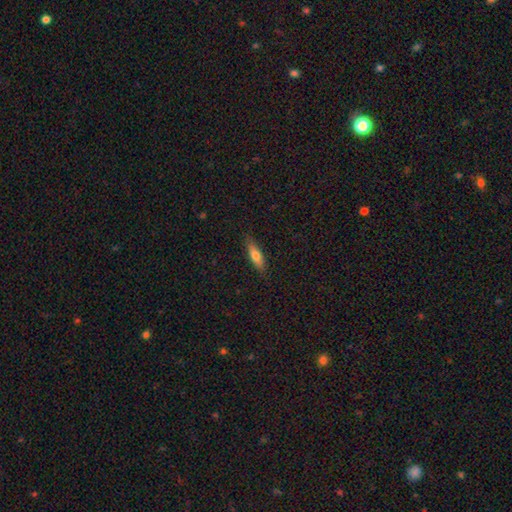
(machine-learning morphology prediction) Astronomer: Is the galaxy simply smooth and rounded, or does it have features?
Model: smooth — 69%.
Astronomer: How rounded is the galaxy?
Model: cigar-shaped — 57% (runner-up: in between, 41%).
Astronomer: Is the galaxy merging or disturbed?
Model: none — 85%.